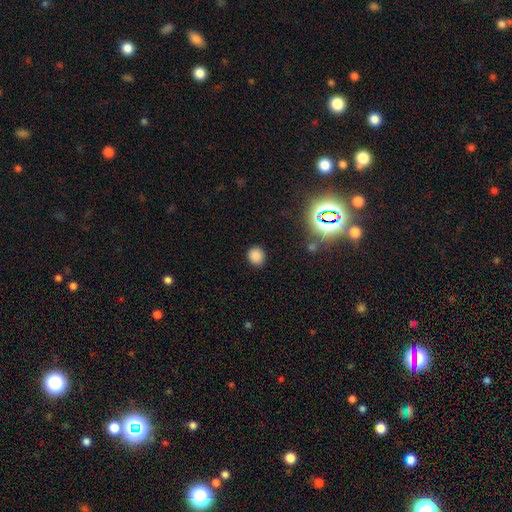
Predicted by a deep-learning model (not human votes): Morphology: type=smooth (83%); roundness=round (77%); merging=none (88%).